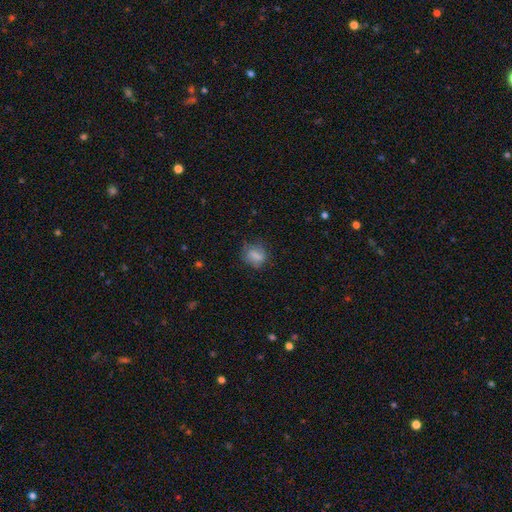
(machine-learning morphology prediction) This is likely a smooth galaxy (71%). How rounded: possibly in between (51%). Merging: likely none (62%).